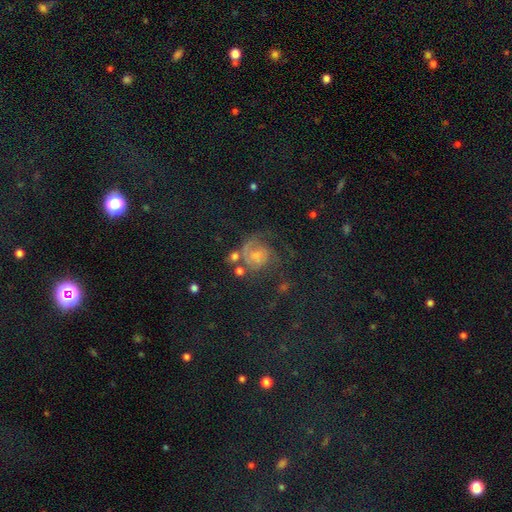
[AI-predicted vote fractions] A featured or disk galaxy (47%). Merging: none (46%).